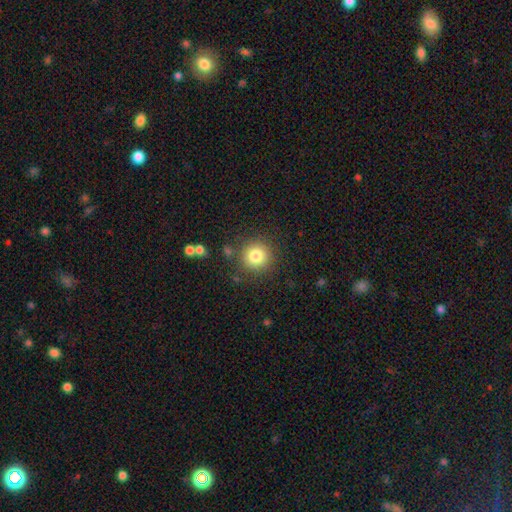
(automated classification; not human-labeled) A smooth galaxy with no disk features (81%) that is round (94%). Merging: none (84%).